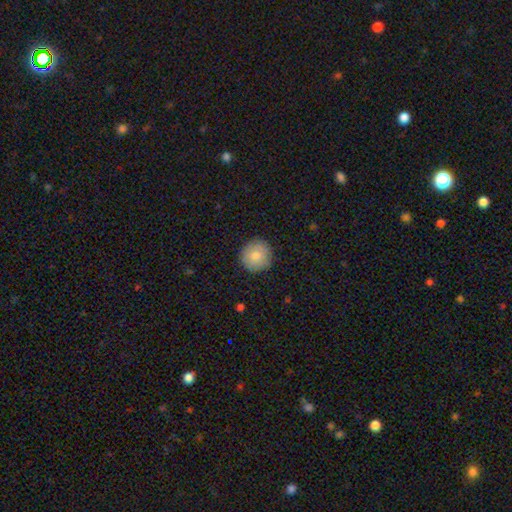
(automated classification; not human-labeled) smooth 81%, featured or disk 12%, star or artifact 7%. Down the decision tree: how rounded — round (94%); merging — none (88%).